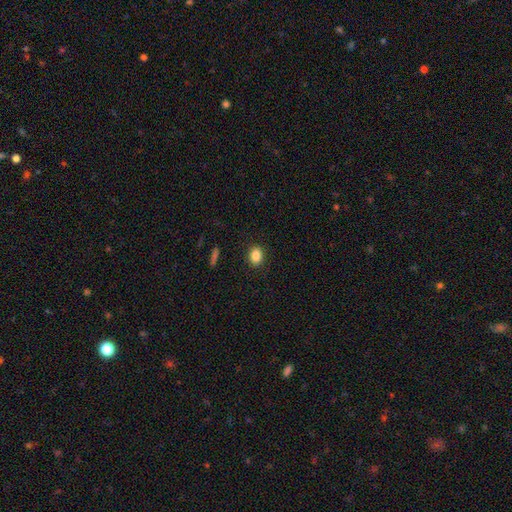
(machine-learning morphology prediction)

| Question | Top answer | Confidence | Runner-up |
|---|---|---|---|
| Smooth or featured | smooth | 86% | star or artifact (9%) |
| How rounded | in between | 62% | round (37%) |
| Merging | none | 90% | minor disturbance (7%) |